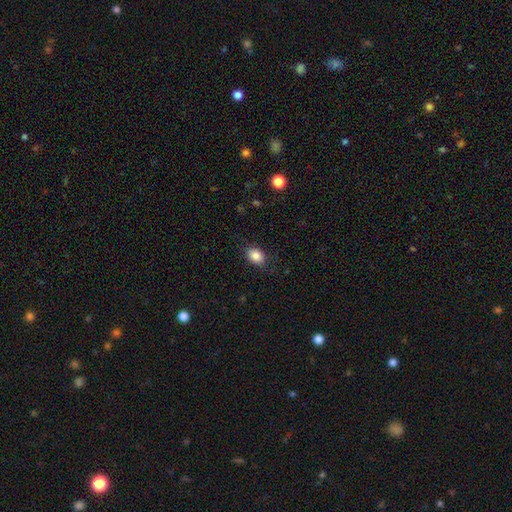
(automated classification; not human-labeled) smooth_or_featured: smooth (p=0.86) [alt: star or artifact p=0.09]
how_rounded: in between (p=0.75) [alt: round p=0.23]
merging: none (p=0.84) [alt: minor disturbance p=0.12]